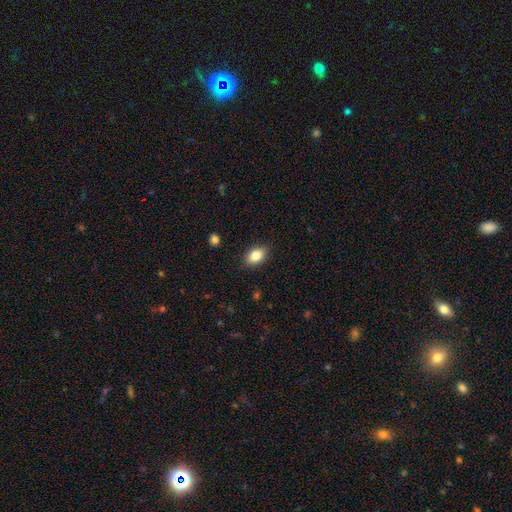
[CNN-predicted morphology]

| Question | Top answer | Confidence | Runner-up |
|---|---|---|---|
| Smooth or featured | smooth | 84% | star or artifact (8%) |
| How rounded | in between | 86% | round (12%) |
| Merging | none | 87% | minor disturbance (10%) |